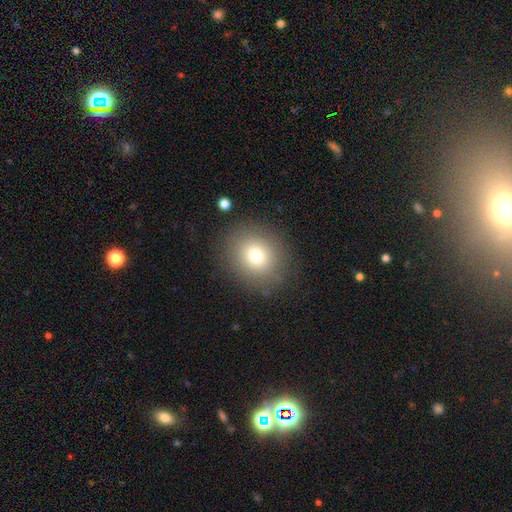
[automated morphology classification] Smooth or featured: smooth — 76% (star or artifact — 13%)
How rounded: round — 81% (in between — 18%)
Merging: none — 87% (minor disturbance — 8%)